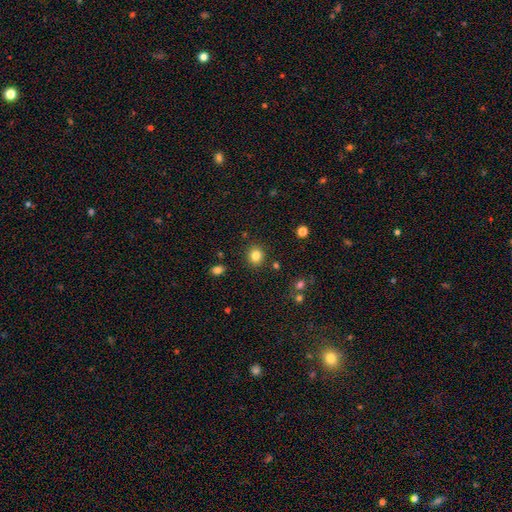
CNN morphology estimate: Smooth or featured?
  - smooth: 82% *
  - star or artifact: 12%
  - featured or disk: 6%
How rounded?
  - round: 82% *
  - in between: 17%
  - cigar-shaped: 1%
Merging?
  - none: 88% *
  - minor disturbance: 7%
  - merger: 3%
  - major disturbance: 2%